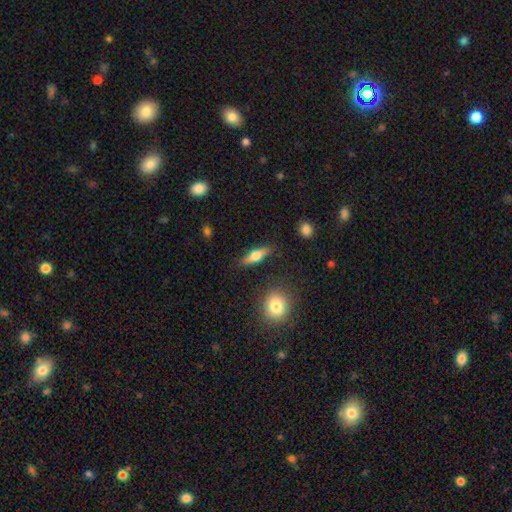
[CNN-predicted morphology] The model was most divided on "smooth or featured": smooth: 52%, featured or disk: 41%, star or artifact: 7%. More confident: merging — none (85%); how rounded — cigar-shaped (55%).